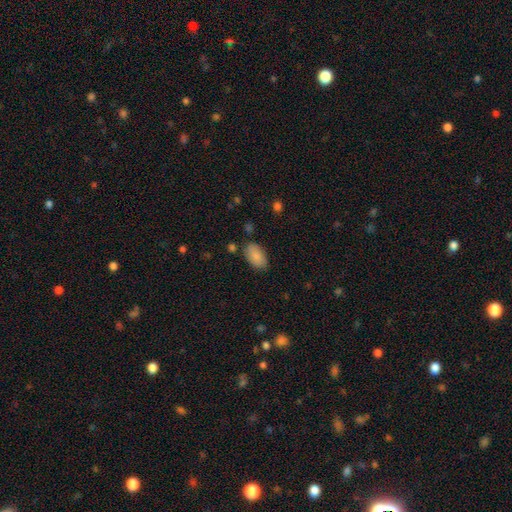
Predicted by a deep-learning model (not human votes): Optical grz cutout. It shows a smooth galaxy with no disk features (87%) that is in between round and cigar-shaped (93%). Merging: none (80%).